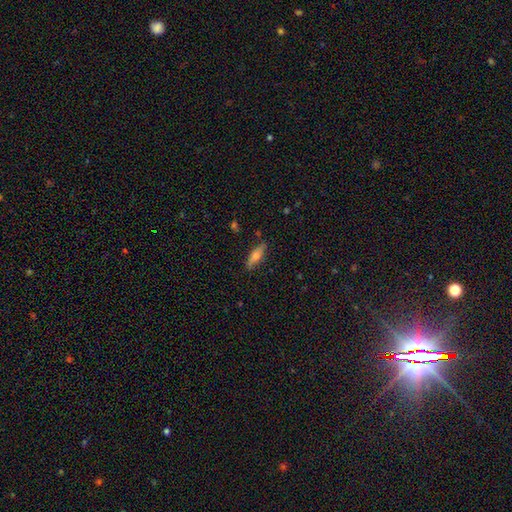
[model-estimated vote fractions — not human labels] Smooth or featured? Predicted: smooth (p=0.55). How rounded? Predicted: cigar-shaped (p=0.53). Merging? Predicted: none (p=0.83).